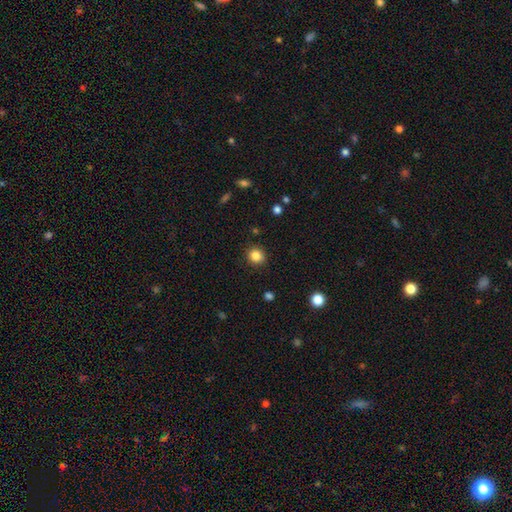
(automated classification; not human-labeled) Smooth or featured?
  - smooth: 84% *
  - star or artifact: 11%
  - featured or disk: 4%
How rounded?
  - round: 85% *
  - in between: 14%
  - cigar-shaped: 1%
Merging?
  - none: 90% *
  - minor disturbance: 7%
  - major disturbance: 2%
  - merger: 1%